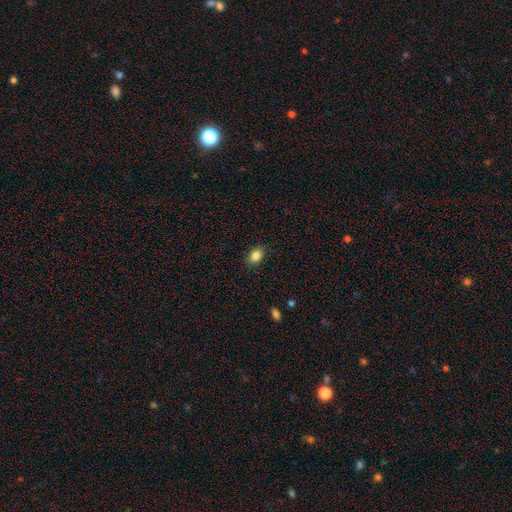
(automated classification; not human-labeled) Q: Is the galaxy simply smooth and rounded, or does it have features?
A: smooth — 86%.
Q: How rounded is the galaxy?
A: in between — 67%.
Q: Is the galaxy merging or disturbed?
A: none — 87%.